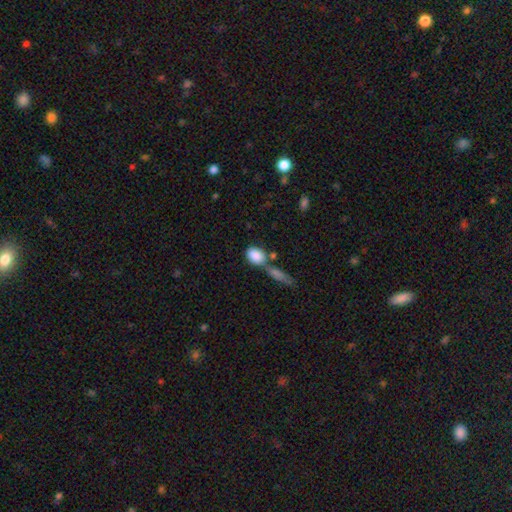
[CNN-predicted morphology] Smooth or featured? smooth (85%)
How rounded? in between (72%)
Merging? none (44%)